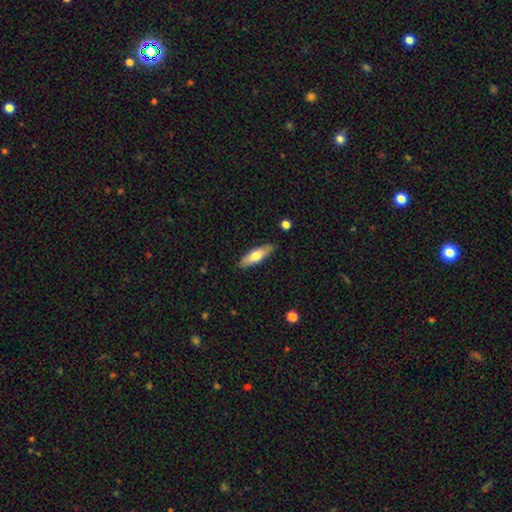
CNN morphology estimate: This is likely a smooth galaxy (67%). How rounded: possibly cigar-shaped (51%). Merging: clearly none (86%).